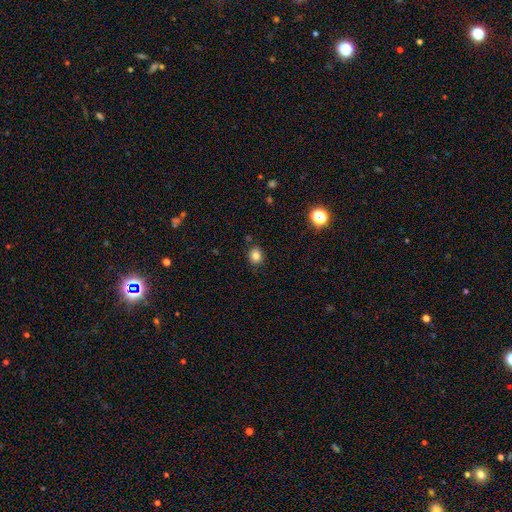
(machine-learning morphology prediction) smooth-or-featured: smooth: 81% | star or artifact: 13% | featured or disk: 6%
  how-rounded: round: 66% | in between: 33% | cigar-shaped: 1%
  merging: none: 86% | minor disturbance: 9% | merger: 3% | major disturbance: 2%